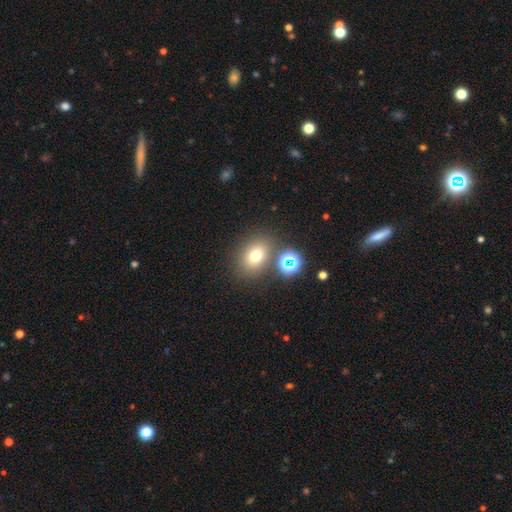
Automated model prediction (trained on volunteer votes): A smooth galaxy with no disk features (71%) that is in between round and cigar-shaped (51%). Merging: none (76%).